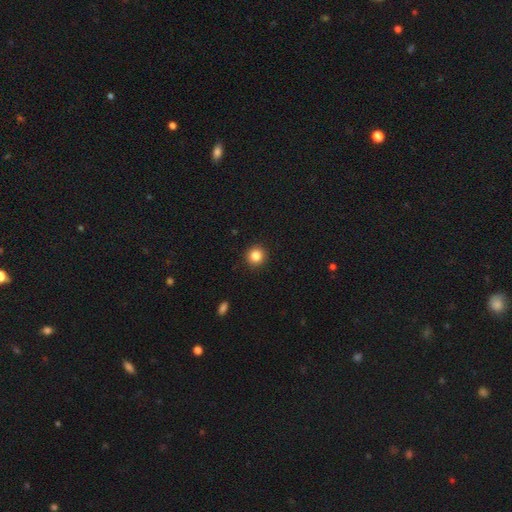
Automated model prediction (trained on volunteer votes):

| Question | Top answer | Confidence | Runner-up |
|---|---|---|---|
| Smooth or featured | smooth | 85% | star or artifact (11%) |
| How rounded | round | 93% | in between (6%) |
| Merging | none | 93% | minor disturbance (5%) |